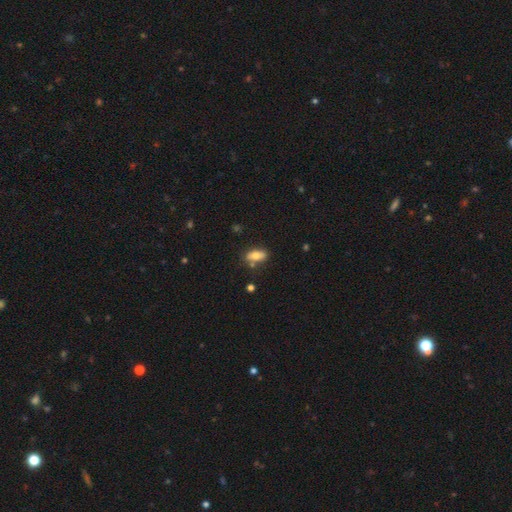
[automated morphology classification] Smooth or featured?
  - smooth: 72% *
  - featured or disk: 20%
  - star or artifact: 8%
How rounded?
  - in between: 85% *
  - cigar-shaped: 10%
  - round: 5%
Merging?
  - none: 69% *
  - minor disturbance: 16%
  - merger: 10%
  - major disturbance: 4%